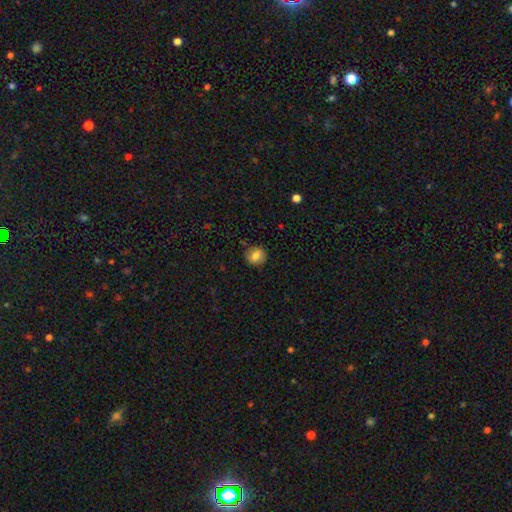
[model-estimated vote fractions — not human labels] The model was most divided on "smooth or featured": smooth: 74%, featured or disk: 18%, star or artifact: 9%. More confident: merging — none (83%); how rounded — round (78%).